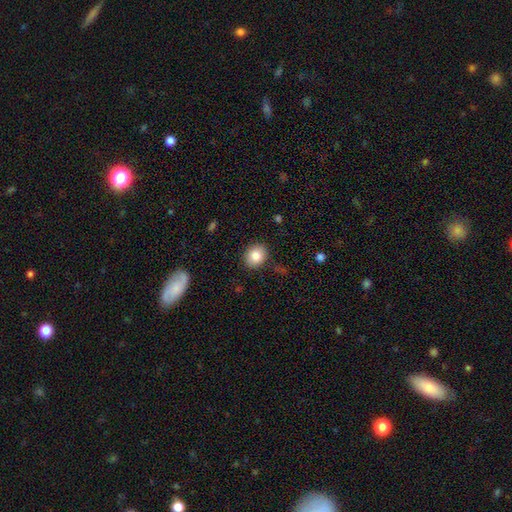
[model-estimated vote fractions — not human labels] Q: Smooth or featured?
A: smooth (83%); runner-up: star or artifact (9%)
Q: How rounded?
A: round (62%); runner-up: in between (37%)
Q: Merging?
A: none (88%); runner-up: minor disturbance (8%)